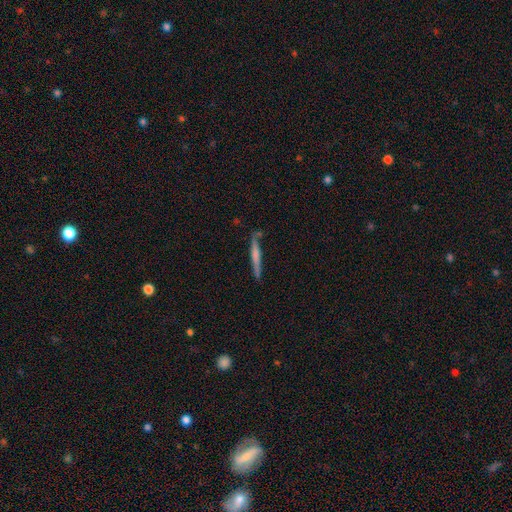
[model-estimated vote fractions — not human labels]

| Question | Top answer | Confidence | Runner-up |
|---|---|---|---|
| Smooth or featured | featured or disk | 54% | smooth (39%) |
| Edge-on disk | yes | 96% | no (4%) |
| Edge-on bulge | none | 47% | rounded (36%) |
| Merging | none | 81% | minor disturbance (13%) |